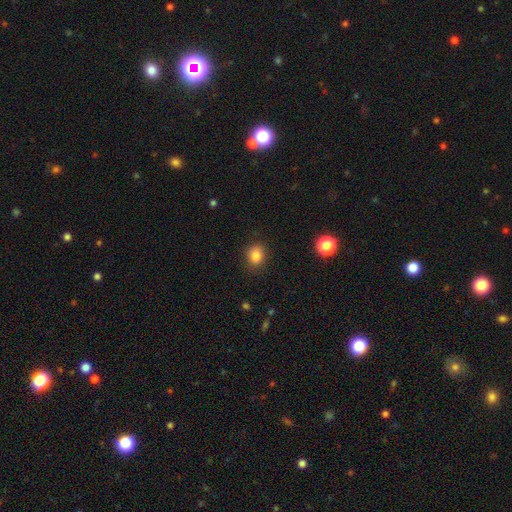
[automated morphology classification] A smooth galaxy with no disk features (83%) that is round (63%).

Vote fractions:
- Smooth or featured? smooth: 83% / star or artifact: 11% / featured or disk: 5%
- How rounded? round: 63% / in between: 36% / cigar-shaped: 1%
- Merging? none: 85% / minor disturbance: 11% / major disturbance: 3% / merger: 1%